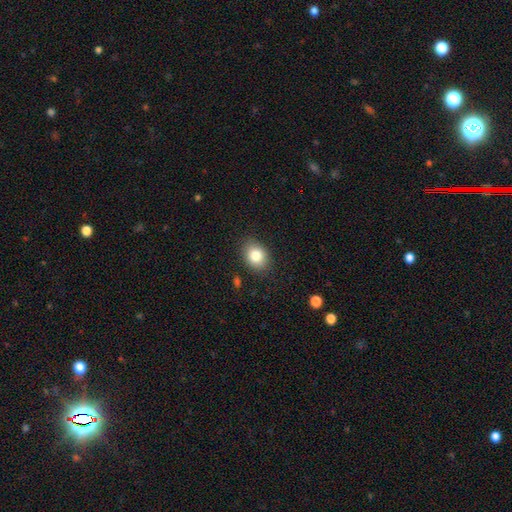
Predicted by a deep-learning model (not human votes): This is clearly a smooth galaxy (83%). How rounded: possibly in between (59%). Merging: clearly none (86%).